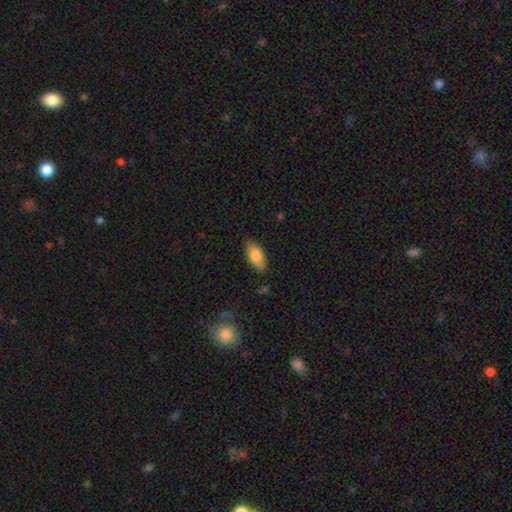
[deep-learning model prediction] Q: Smooth or featured?
A: smooth (80%); runner-up: featured or disk (13%)
Q: How rounded?
A: in between (88%); runner-up: cigar-shaped (10%)
Q: Merging?
A: none (84%); runner-up: minor disturbance (12%)